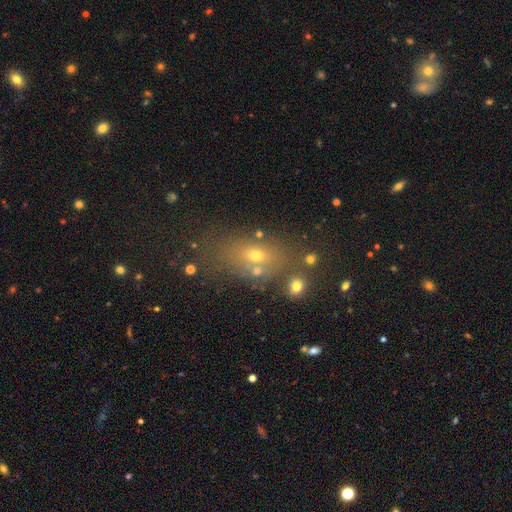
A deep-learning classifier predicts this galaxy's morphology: Overall: smooth (58%; featured or disk 21%). How rounded: in between (75%). Merging: none (61%).